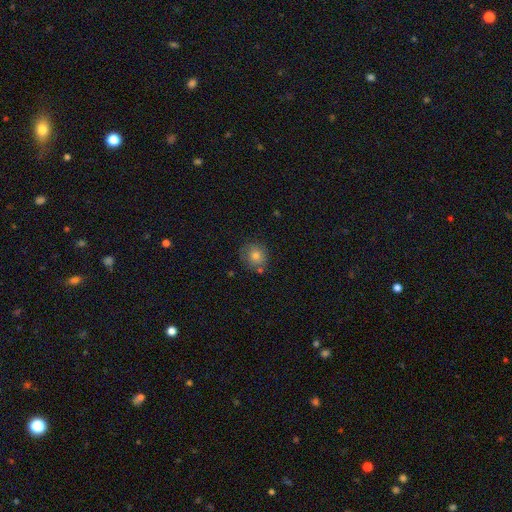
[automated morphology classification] This appears to be a smooth galaxy with no disk features (78%) that is round (87%). Merging: none (76%).